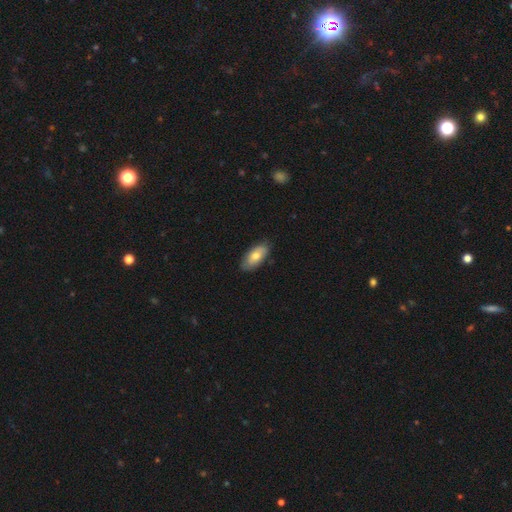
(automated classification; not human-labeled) This appears to be a smooth galaxy with no disk features (73%) that is in between round and cigar-shaped (91%). Merging: none (84%).